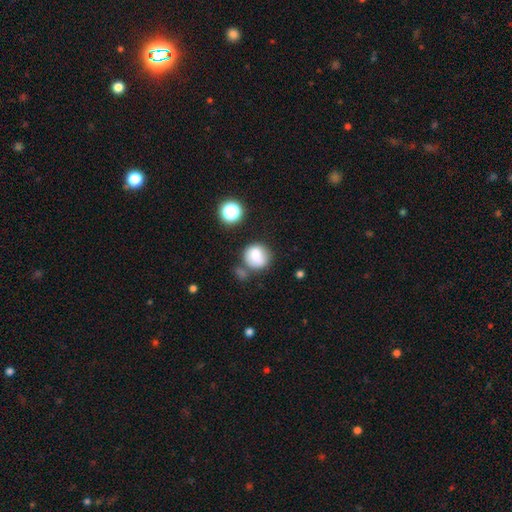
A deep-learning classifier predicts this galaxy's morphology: Smooth or featured: smooth — 79% (star or artifact — 11%)
How rounded: round — 85% (in between — 14%)
Merging: none — 58% (minor disturbance — 19%)